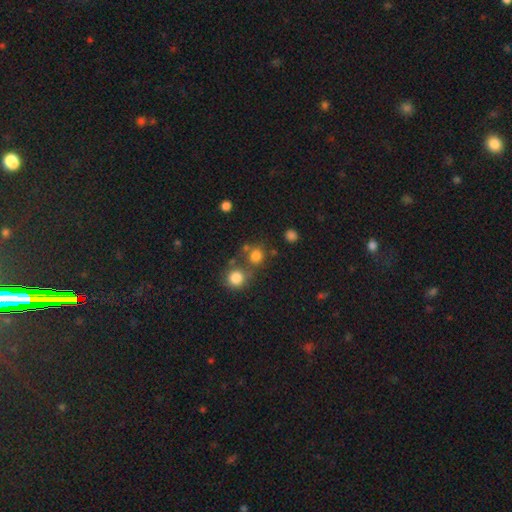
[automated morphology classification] smooth 77%, star or artifact 15%, featured or disk 7%. Down the decision tree: how rounded — round (87%); merging — none (59%).